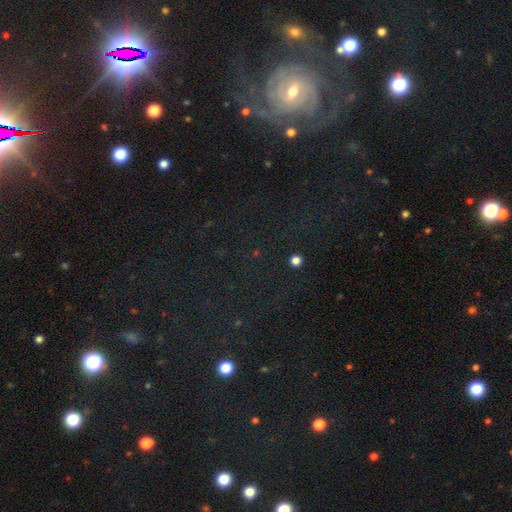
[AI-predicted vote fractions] Smooth or featured? Predicted: star or artifact (p=0.48).